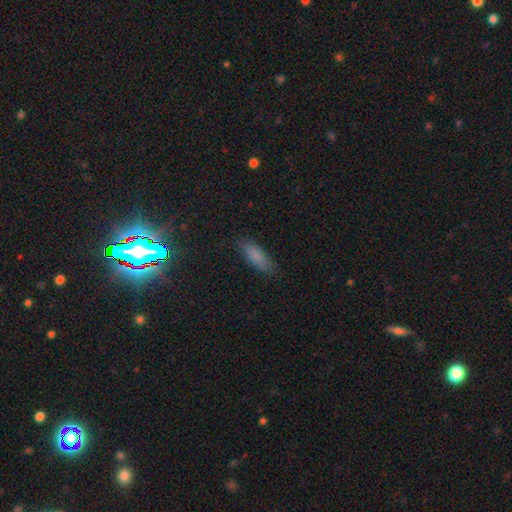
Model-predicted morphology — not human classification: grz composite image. It shows a smooth galaxy with no disk features (80%) that is in between round and cigar-shaped (57%). Merging: none (83%).